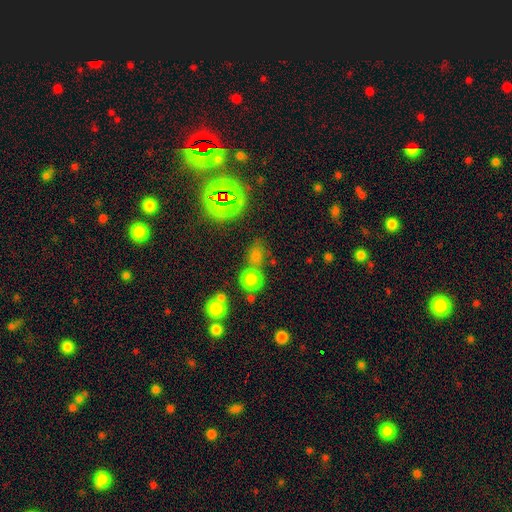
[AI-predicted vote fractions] A smooth galaxy with no disk features (58%) that is round (77%). Merging: none (67%).